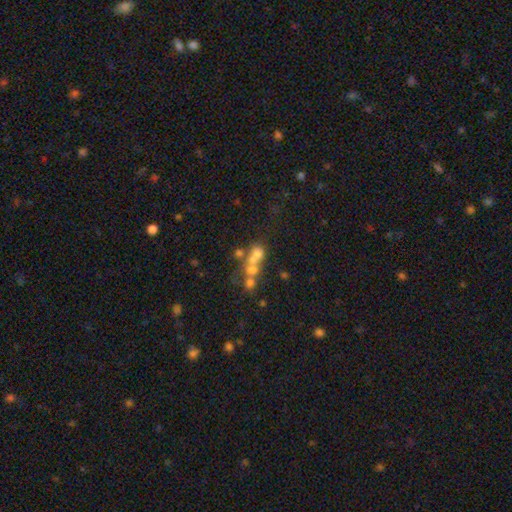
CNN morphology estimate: smooth 48%, featured or disk 32%, star or artifact 20%. Down the decision tree: merging — merger (54%).